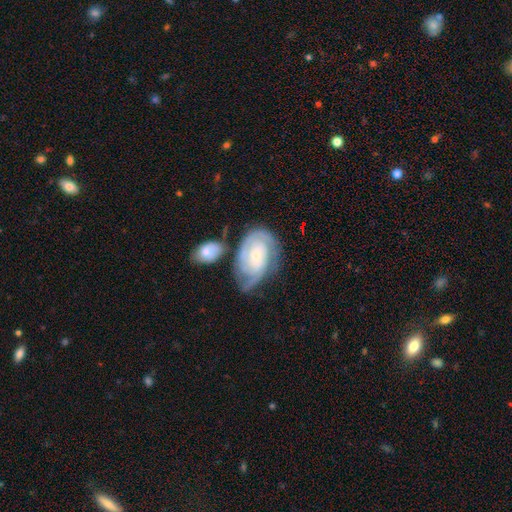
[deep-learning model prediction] A featured or disk galaxy (80%) with no bar (65%), 2 (42%) tight (65%) spiral arms (95%) and a small central bulge (66%).

Vote fractions:
- Smooth or featured? featured or disk: 80% / smooth: 14% / star or artifact: 6%
- Edge-on disk? no: 96% / yes: 4%
- Bar? no: 65% / weak: 29% / strong: 7%
- Spiral arms? yes: 95% / no: 5%
- Spiral winding? tight: 65% / medium: 28% / loose: 7%
- Spiral arm count? 2: 42% / can't tell: 29% / 3: 16% / 1: 5% / 4: 5% / more than 4: 3%
- Bulge size? small: 66% / moderate: 24% / none: 5% / large: 4% / dominant: 1%
- Merging? none: 53% / minor disturbance: 22% / merger: 13% / major disturbance: 12%